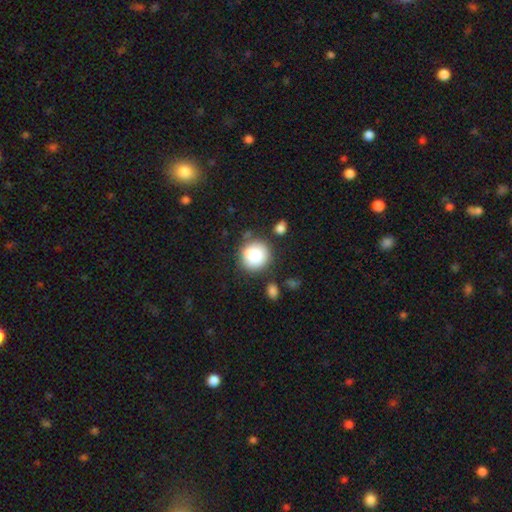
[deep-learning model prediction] Smooth or featured?
  - smooth: 85% *
  - star or artifact: 8%
  - featured or disk: 7%
How rounded?
  - round: 88% *
  - in between: 11%
  - cigar-shaped: 1%
Merging?
  - none: 74% *
  - minor disturbance: 13%
  - merger: 8%
  - major disturbance: 5%